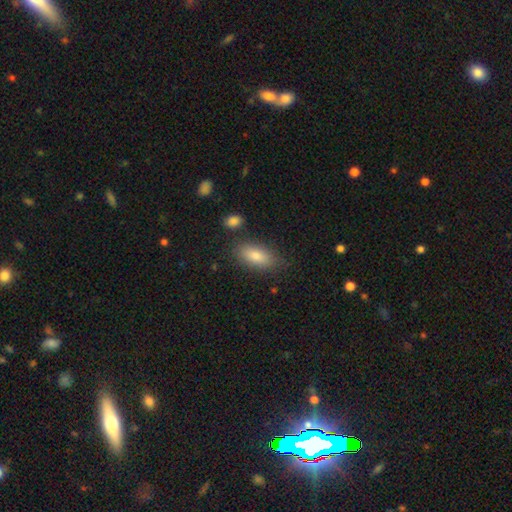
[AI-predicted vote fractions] A smooth galaxy with no disk features (82%) that is in between round and cigar-shaped (84%). Merging: none (81%).